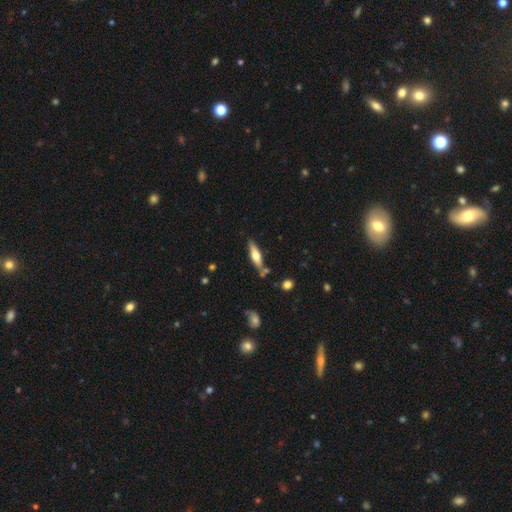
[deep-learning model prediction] smooth-or-featured: featured or disk: 51% | smooth: 43% | star or artifact: 6%
  disk-edge-on: yes: 92% | no: 8%
  merging: none: 77% | minor disturbance: 14% | merger: 7% | major disturbance: 3%